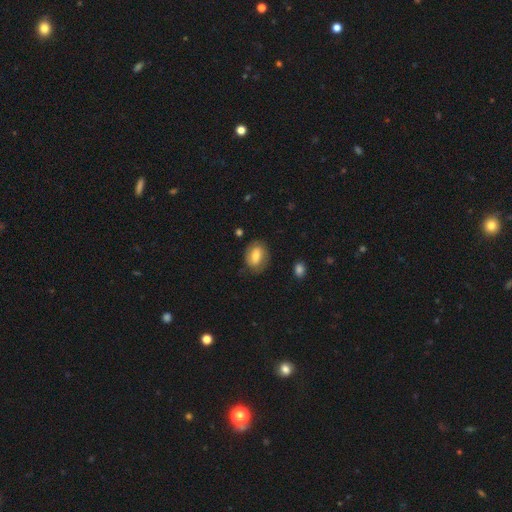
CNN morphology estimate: smooth 71%, featured or disk 21%, star or artifact 8%. Down the decision tree: how rounded — in between (75%); merging — none (77%).